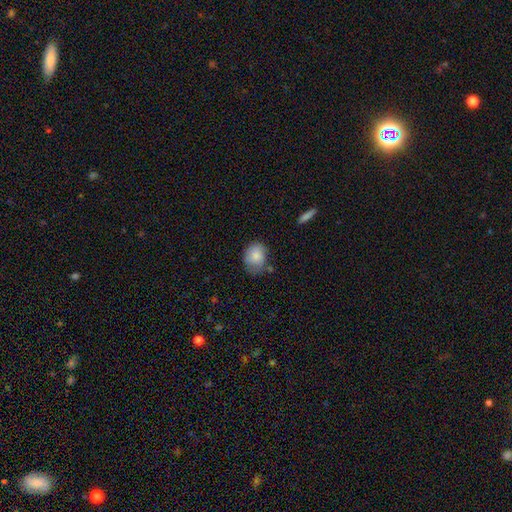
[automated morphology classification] type=smooth (83%); roundness=in between (51%); merging=none (57%).